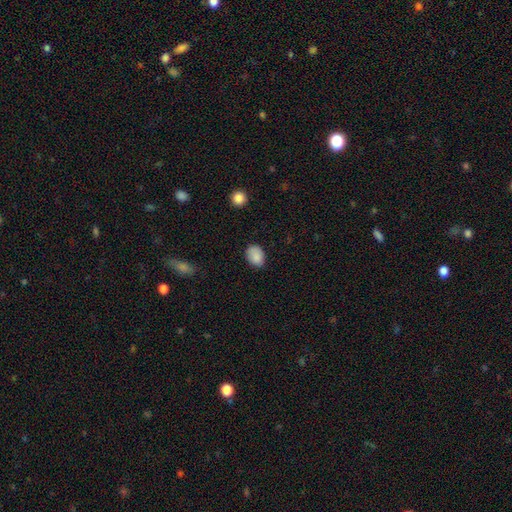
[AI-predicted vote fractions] A smooth galaxy with no disk features (88%) that is in between round and cigar-shaped (76%). Merging: none (78%).